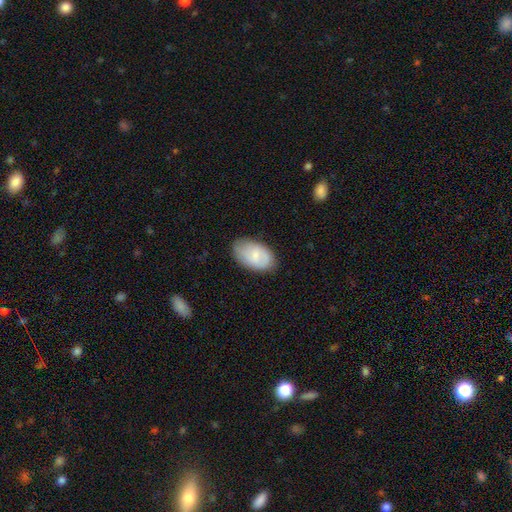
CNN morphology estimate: Smooth or featured?
  - smooth: 73% *
  - featured or disk: 20%
  - star or artifact: 6%
How rounded?
  - in between: 93% *
  - round: 6%
  - cigar-shaped: 1%
Merging?
  - none: 74% *
  - minor disturbance: 20%
  - major disturbance: 4%
  - merger: 1%